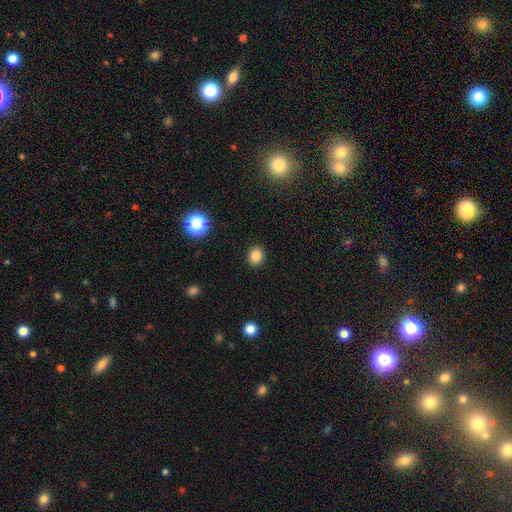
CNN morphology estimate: type=smooth (84%); roundness=round (63%); merging=none (90%).